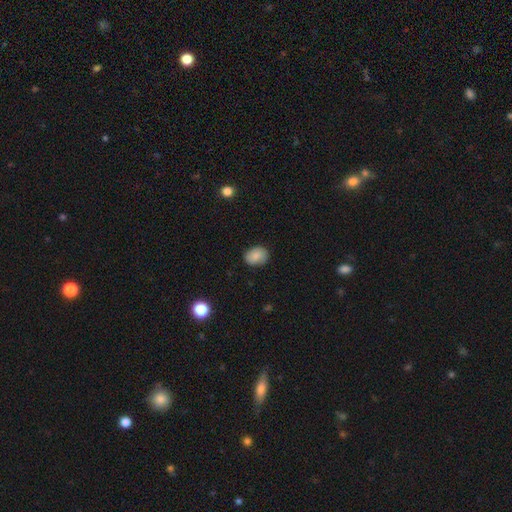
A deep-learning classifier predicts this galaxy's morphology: Q: Smooth or featured?
A: smooth (84%); runner-up: star or artifact (8%)
Q: How rounded?
A: in between (60%); runner-up: round (39%)
Q: Merging?
A: none (81%); runner-up: minor disturbance (15%)